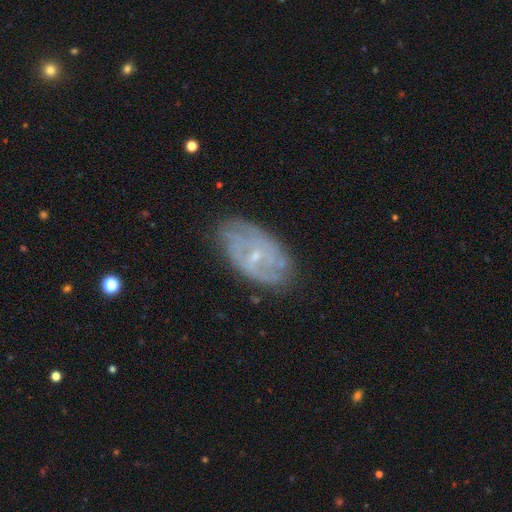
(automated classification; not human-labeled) This appears to be a featured or disk galaxy (76%) with no bar (49%), tight (48%) spiral arms (82%) and a small central bulge (76%). Merging: none (72%).